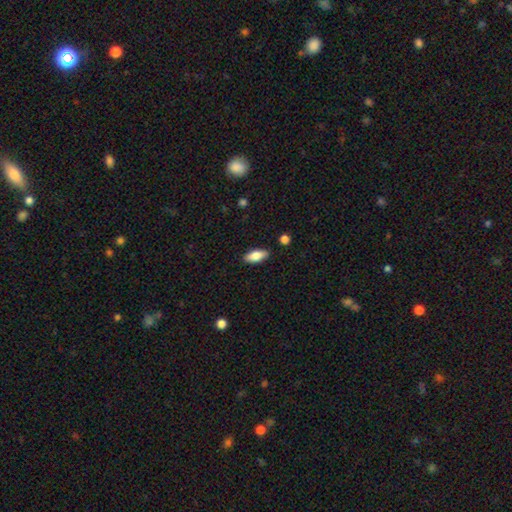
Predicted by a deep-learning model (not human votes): Overall: smooth (78%). How rounded: in between (82%). Merging: none (88%).